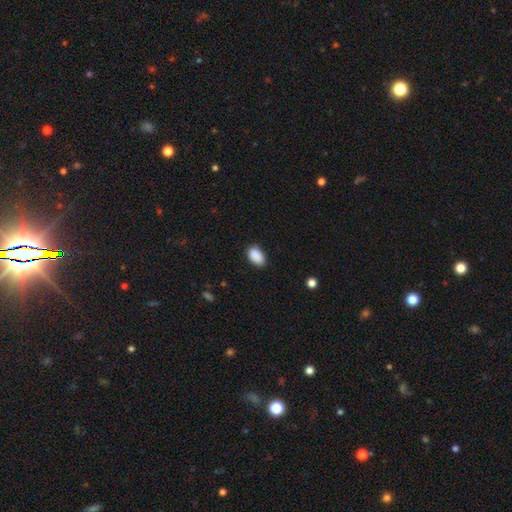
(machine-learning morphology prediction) type=smooth (90%); roundness=in between (91%); merging=none (83%).